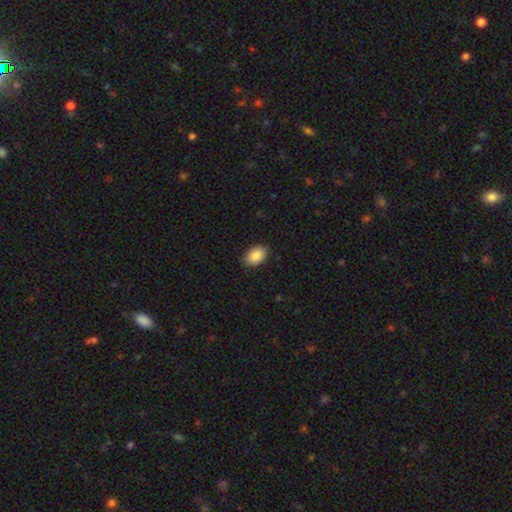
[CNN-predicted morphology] This appears to be a smooth galaxy with no disk features (89%) that is in between round and cigar-shaped (87%). Merging: none (86%).